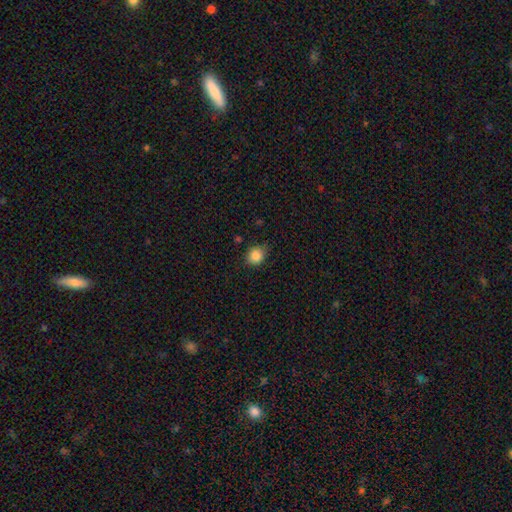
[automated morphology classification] Smooth or featured: smooth — 85% (star or artifact — 10%)
How rounded: round — 74% (in between — 25%)
Merging: none — 76% (minor disturbance — 18%)